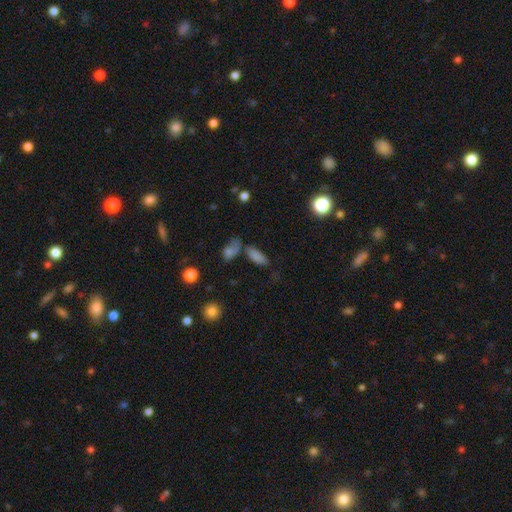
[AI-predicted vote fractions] The model was most divided on "merging": none: 55%, merger: 25%, minor disturbance: 14%, major disturbance: 7%. More confident: smooth or featured — smooth (67%); how rounded — in between (67%).